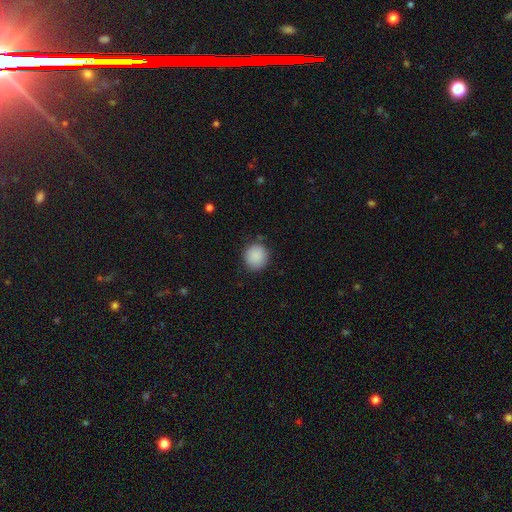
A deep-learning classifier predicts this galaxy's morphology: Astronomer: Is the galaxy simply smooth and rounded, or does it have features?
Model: smooth — 89%.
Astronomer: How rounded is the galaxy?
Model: round — 87%.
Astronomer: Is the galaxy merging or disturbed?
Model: none — 86%.